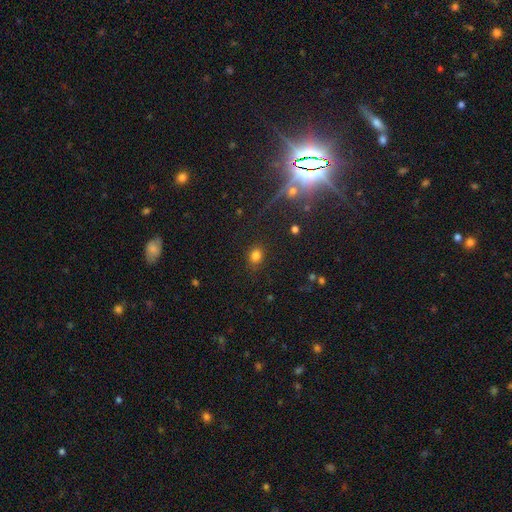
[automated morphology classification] This appears to be a smooth galaxy with no disk features (80%) that is round (62%). Merging: none (85%).